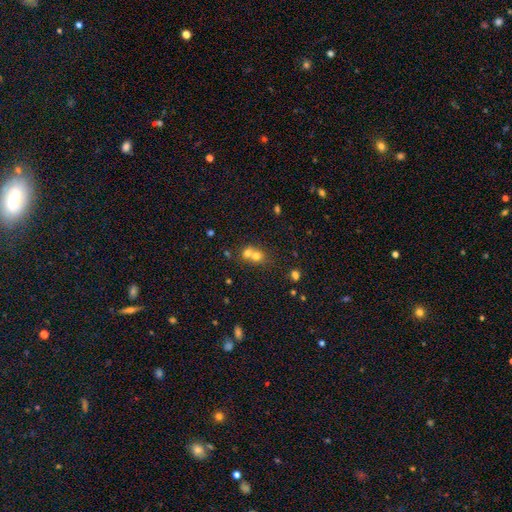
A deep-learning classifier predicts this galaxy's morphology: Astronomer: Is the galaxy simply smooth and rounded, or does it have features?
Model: smooth — 68%.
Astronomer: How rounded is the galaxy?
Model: round — 75%.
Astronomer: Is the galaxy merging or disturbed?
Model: merger — 63%.